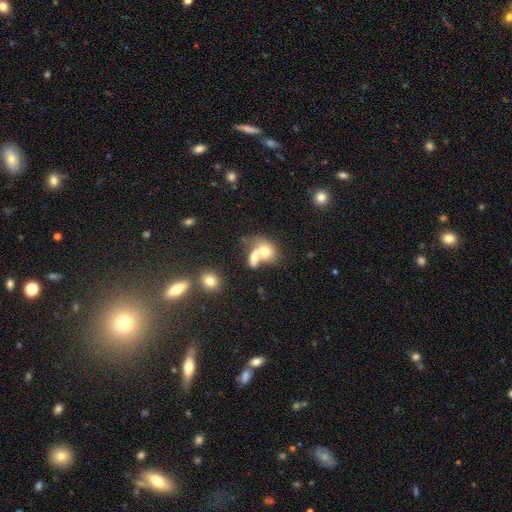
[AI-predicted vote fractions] A smooth galaxy with no disk features (66%) that is in between round and cigar-shaped (56%).

Vote fractions:
- Smooth or featured? smooth: 66% / featured or disk: 22% / star or artifact: 12%
- How rounded? in between: 56% / round: 41% / cigar-shaped: 3%
- Merging? merger: 61% / none: 24% / minor disturbance: 8% / major disturbance: 6%